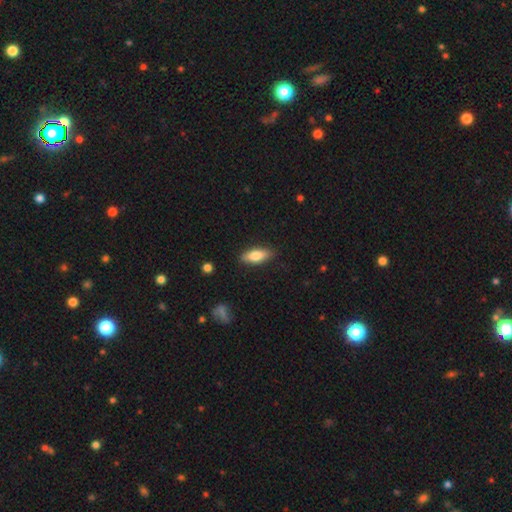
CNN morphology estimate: A smooth galaxy with no disk features (76%) that is in between round and cigar-shaped (72%). Merging: none (86%).